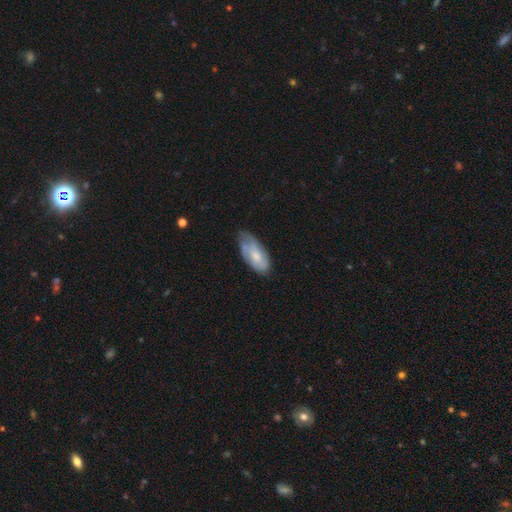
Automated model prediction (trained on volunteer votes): smooth_or_featured: smooth (p=0.54) [alt: featured or disk p=0.39]
how_rounded: in between (p=0.87) [alt: cigar-shaped p=0.11]
merging: none (p=0.55) [alt: minor disturbance p=0.34]